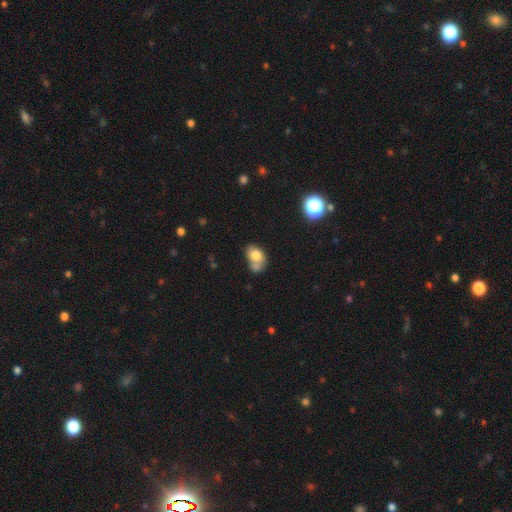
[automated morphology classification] smooth-or-featured: smooth: 74% | featured or disk: 17% | star or artifact: 9%
  how-rounded: in between: 71% | round: 28% | cigar-shaped: 1%
  merging: merger: 46% | none: 28% | minor disturbance: 17% | major disturbance: 9%